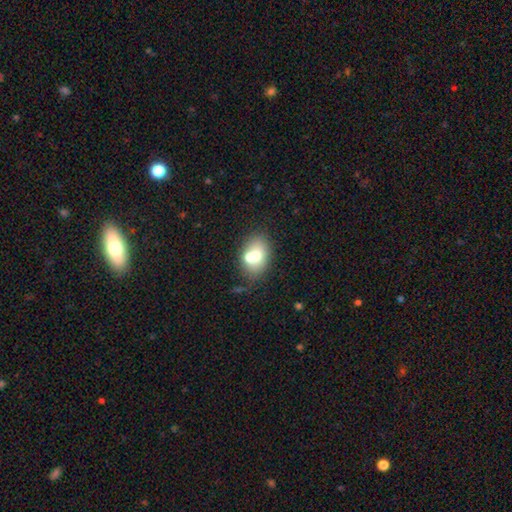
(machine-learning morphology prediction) A smooth galaxy with no disk features (66%) that is in between round and cigar-shaped (67%).

Vote fractions:
- Smooth or featured? smooth: 66% / featured or disk: 24% / star or artifact: 9%
- How rounded? in between: 67% / round: 31% / cigar-shaped: 1%
- Merging? none: 45% / merger: 38% / minor disturbance: 12% / major disturbance: 4%